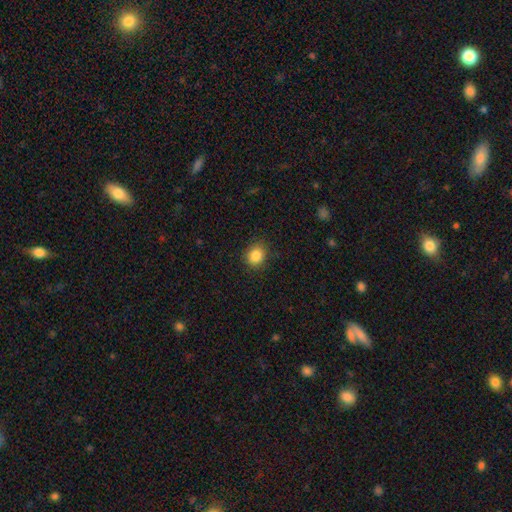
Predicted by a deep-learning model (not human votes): This appears to be a smooth galaxy with no disk features (86%) that is round (75%). Merging: none (88%).